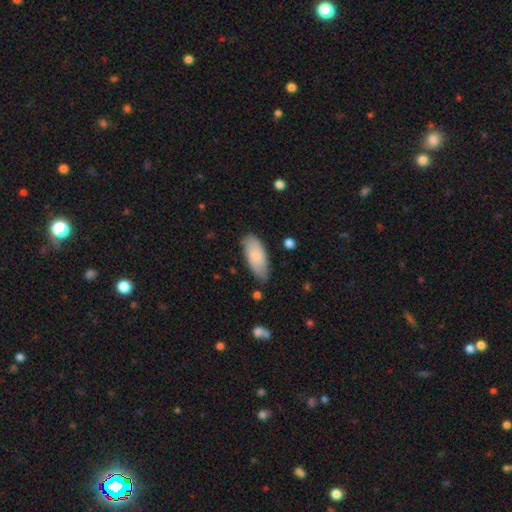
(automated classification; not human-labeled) The model was most divided on "merging": none: 73%, minor disturbance: 22%, major disturbance: 3%, merger: 2%. More confident: how rounded — in between (84%); smooth or featured — smooth (80%).